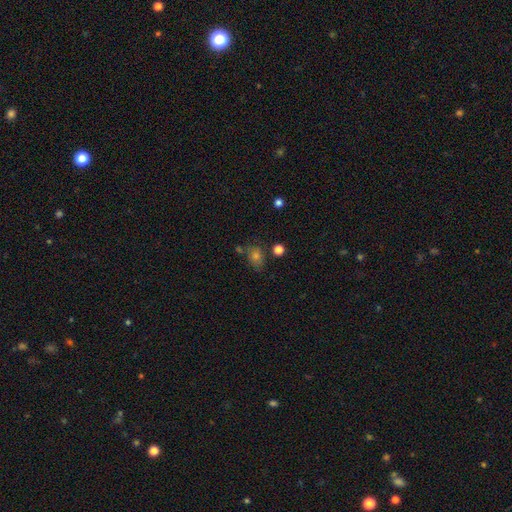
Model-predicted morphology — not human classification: Overall: smooth (61%; star or artifact 25%). How rounded: round (51%; in between 48%). Merging: none (64%).